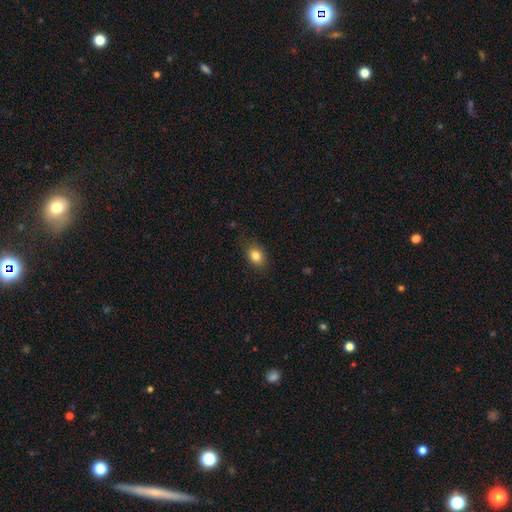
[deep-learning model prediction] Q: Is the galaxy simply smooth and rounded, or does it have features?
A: smooth — 83%.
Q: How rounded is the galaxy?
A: in between — 71%.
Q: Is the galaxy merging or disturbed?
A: none — 82%.